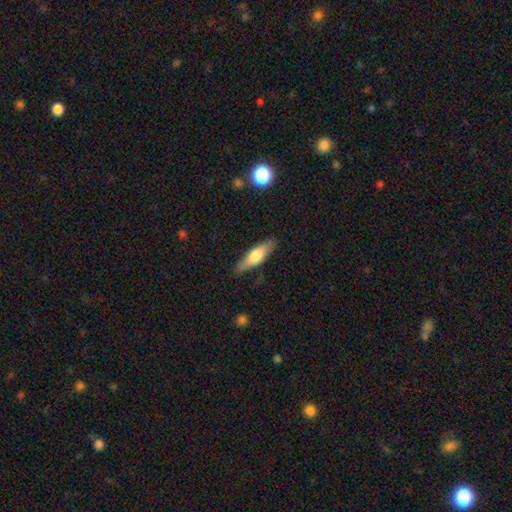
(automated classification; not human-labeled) This is likely a smooth galaxy (60%). How rounded: likely cigar-shaped (61%). Merging: clearly none (85%).